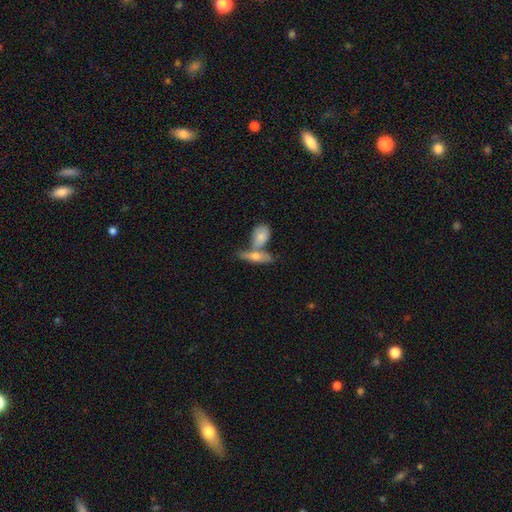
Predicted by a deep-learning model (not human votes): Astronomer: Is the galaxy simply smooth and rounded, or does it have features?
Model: smooth — 58% (runner-up: featured or disk, 35%).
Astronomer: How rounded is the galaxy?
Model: in between — 49% (runner-up: cigar-shaped, 45%).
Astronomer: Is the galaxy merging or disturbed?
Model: none — 43%, tied with merger at 43%.